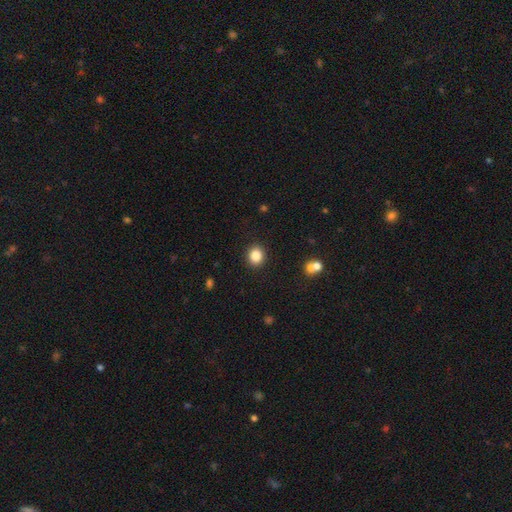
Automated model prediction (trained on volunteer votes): The model was most divided on "how rounded": round: 79%, in between: 20%, cigar-shaped: 1%. More confident: merging — none (91%); smooth or featured — smooth (85%).